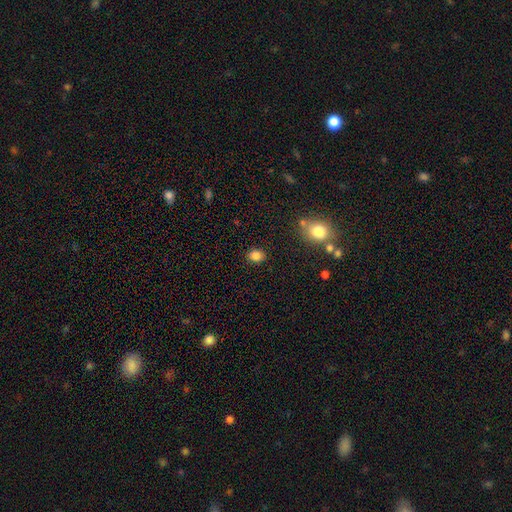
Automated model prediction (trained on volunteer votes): smooth 84%, star or artifact 12%, featured or disk 5%. Down the decision tree: how rounded — round (55%); merging — none (86%).